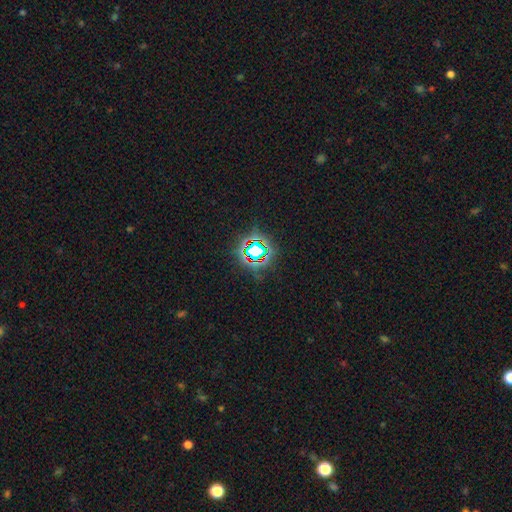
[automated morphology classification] smooth-or-featured: star or artifact: 72% | smooth: 18% | featured or disk: 10%